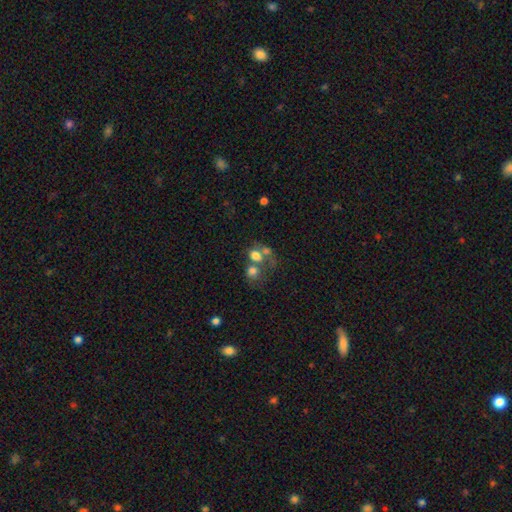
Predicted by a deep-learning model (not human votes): smooth 69%, featured or disk 18%, star or artifact 13%. Down the decision tree: how rounded — round (50%); merging — merger (53%).